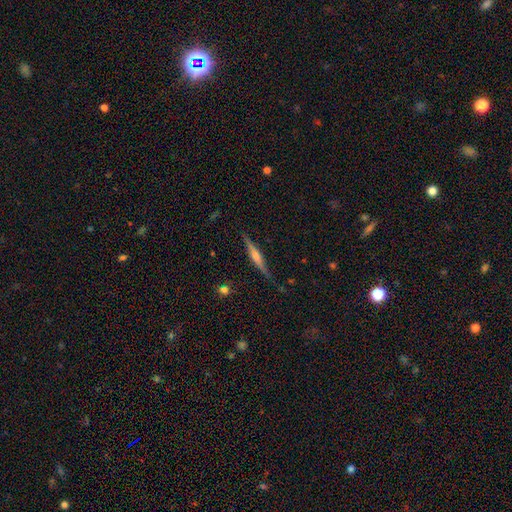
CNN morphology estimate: featured or disk 71%, smooth 22%, star or artifact 7%. Down the decision tree: edge-on disk — yes (97%); edge-on bulge — rounded (70%); merging — none (85%).